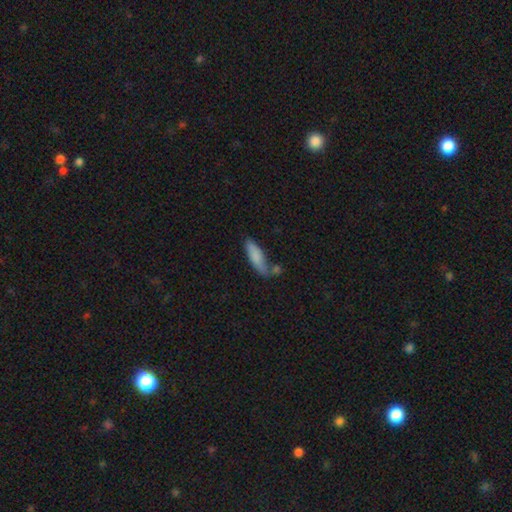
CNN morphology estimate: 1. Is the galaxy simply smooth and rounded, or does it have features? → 80% smooth, 13% featured or disk, 7% star or artifact.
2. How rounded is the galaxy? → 50% cigar-shaped, 48% in between, 2% round.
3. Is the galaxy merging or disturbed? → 50% none, 23% minor disturbance, 18% merger, 8% major disturbance.